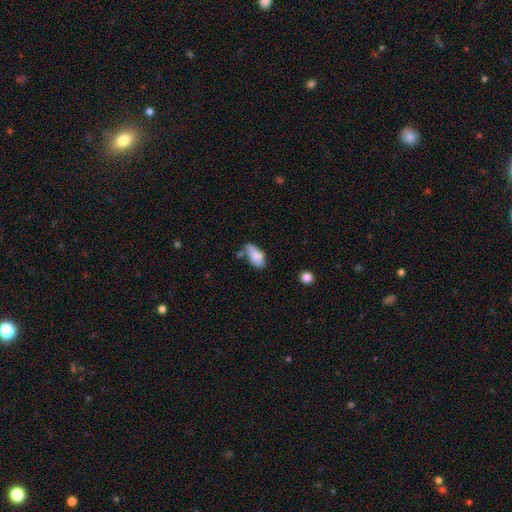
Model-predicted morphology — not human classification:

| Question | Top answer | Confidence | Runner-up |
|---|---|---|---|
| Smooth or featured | smooth | 81% | featured or disk (12%) |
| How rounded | in between | 89% | cigar-shaped (8%) |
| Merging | none | 52% | minor disturbance (28%) |